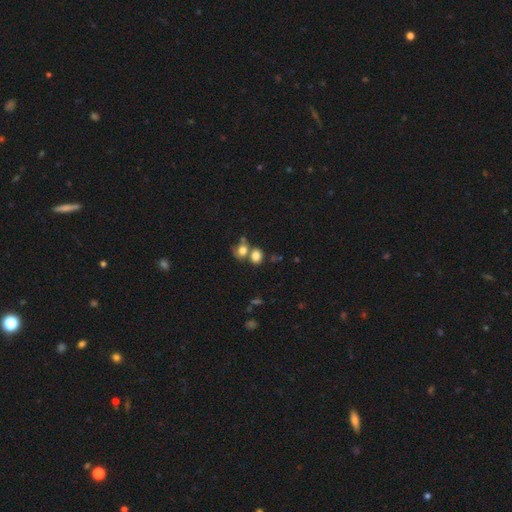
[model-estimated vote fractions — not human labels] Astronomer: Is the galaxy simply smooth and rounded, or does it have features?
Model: smooth — 79%.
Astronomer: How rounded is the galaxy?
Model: in between — 53% (runner-up: round, 46%).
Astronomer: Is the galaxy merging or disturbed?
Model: merger — 45% (runner-up: none, 39%).